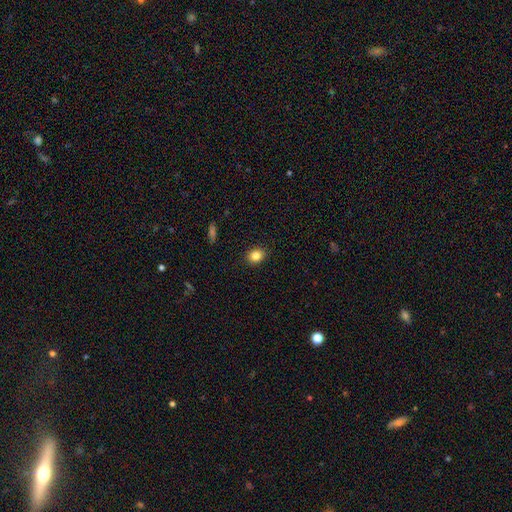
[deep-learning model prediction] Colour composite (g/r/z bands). It shows a smooth galaxy with no disk features (83%) that is round (54%). Merging: none (90%).